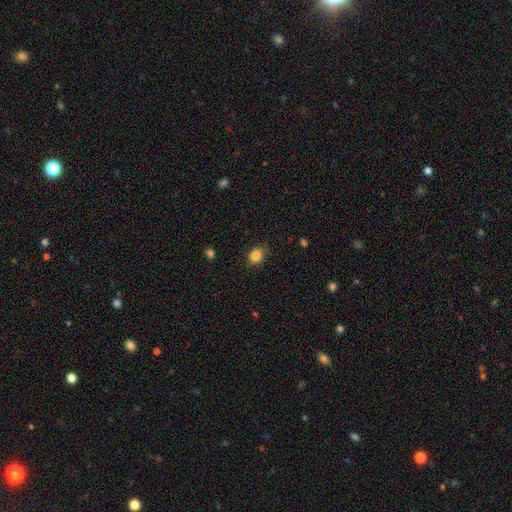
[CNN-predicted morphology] smooth-or-featured: smooth: 85% | star or artifact: 9% | featured or disk: 6%
  how-rounded: in between: 66% | round: 33% | cigar-shaped: 1%
  merging: none: 85% | minor disturbance: 12% | major disturbance: 2% | merger: 1%